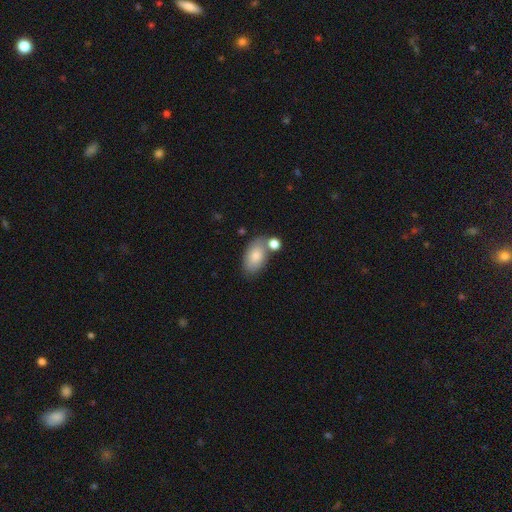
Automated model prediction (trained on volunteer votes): Smooth or featured? smooth (82%)
How rounded? in between (93%)
Merging? none (62%)